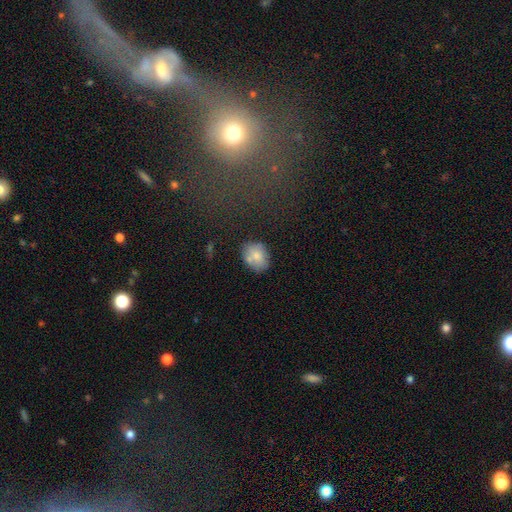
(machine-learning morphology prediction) type=smooth (74%); roundness=in between (62%); merging=none (63%).